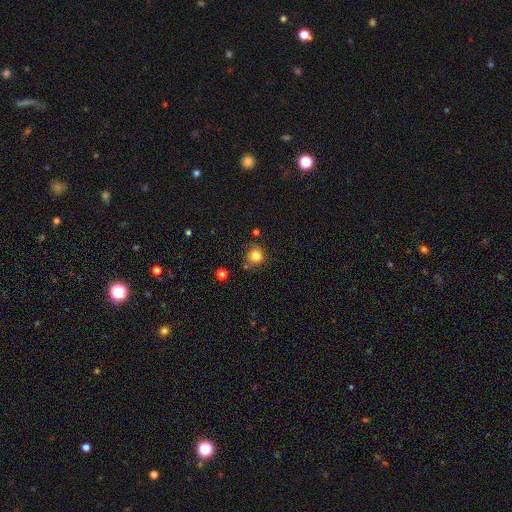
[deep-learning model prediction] smooth_or_featured: smooth (p=0.81) [alt: star or artifact p=0.12]
how_rounded: round (p=0.87) [alt: in between p=0.12]
merging: none (p=0.74) [alt: minor disturbance p=0.16]